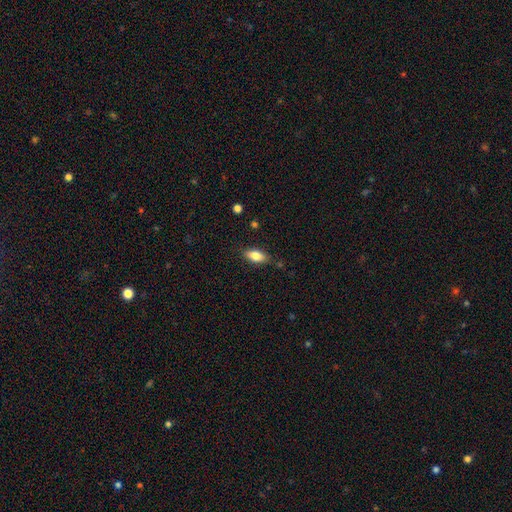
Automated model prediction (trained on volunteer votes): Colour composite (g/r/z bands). It shows a smooth galaxy with no disk features (81%) that is in between round and cigar-shaped (87%). Merging: none (82%).